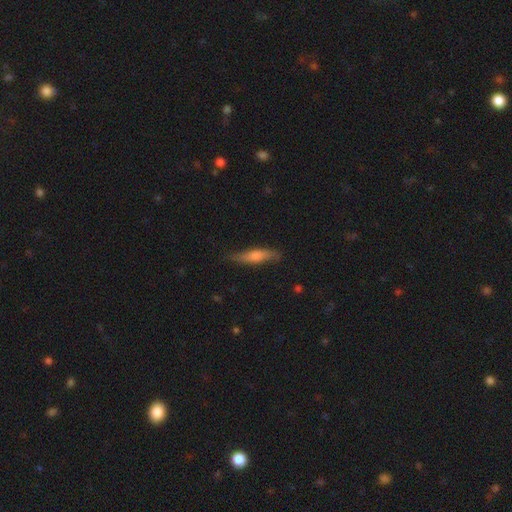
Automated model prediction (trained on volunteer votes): Smooth or featured: smooth — 58% (featured or disk — 36%)
How rounded: cigar-shaped — 80% (in between — 18%)
Merging: none — 80% (minor disturbance — 16%)